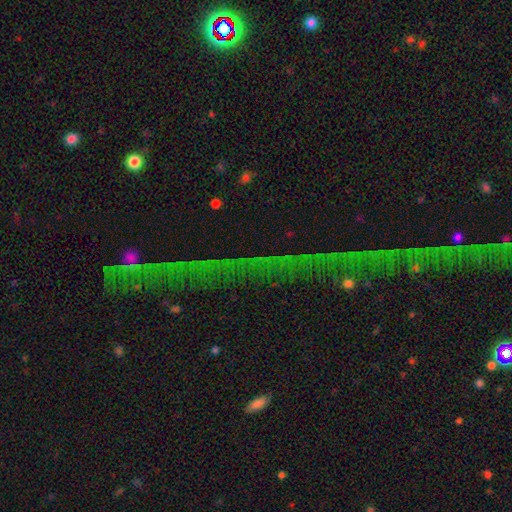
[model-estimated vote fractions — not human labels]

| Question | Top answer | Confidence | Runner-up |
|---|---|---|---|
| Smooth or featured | star or artifact | 72% | featured or disk (16%) |